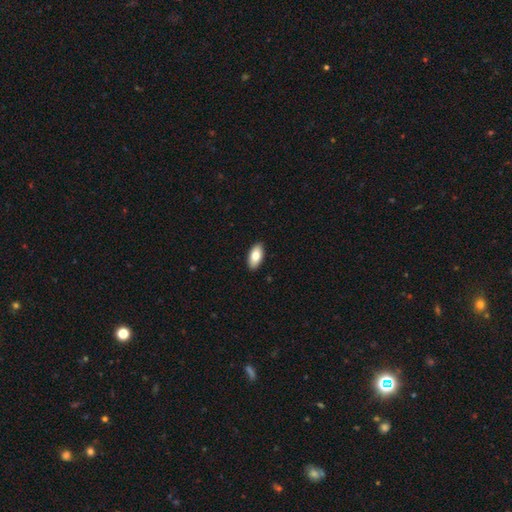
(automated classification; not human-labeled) A smooth galaxy with no disk features (80%) that is in between round and cigar-shaped (92%). Merging: none (91%).